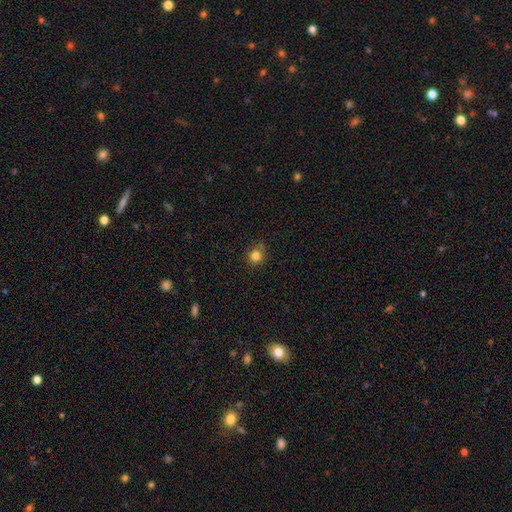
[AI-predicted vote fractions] A smooth galaxy with no disk features (82%) that is round (89%).

Vote fractions:
- Smooth or featured? smooth: 82% / star or artifact: 13% / featured or disk: 5%
- How rounded? round: 89% / in between: 10% / cigar-shaped: 1%
- Merging? none: 79% / minor disturbance: 14% / merger: 4% / major disturbance: 3%